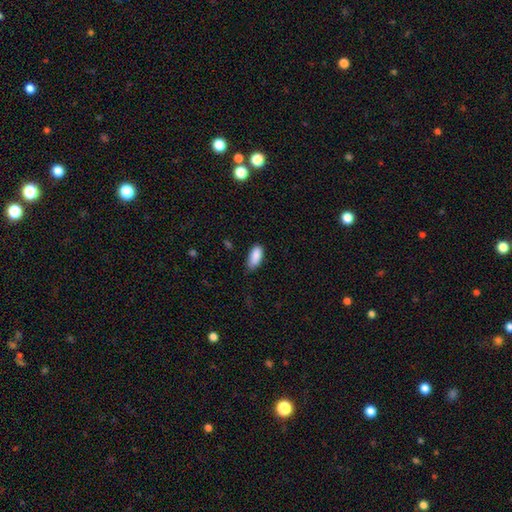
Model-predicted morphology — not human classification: Overall: smooth (88%). How rounded: in between (88%). Merging: none (68%).